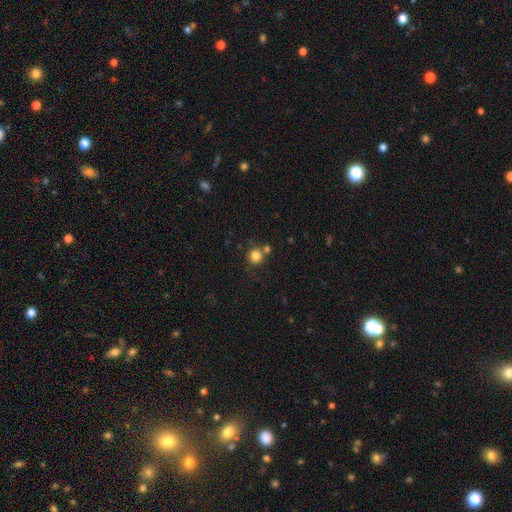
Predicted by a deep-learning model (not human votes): Smooth or featured: smooth — 82% (star or artifact — 12%)
How rounded: round — 92% (in between — 7%)
Merging: none — 65% (merger — 19%)